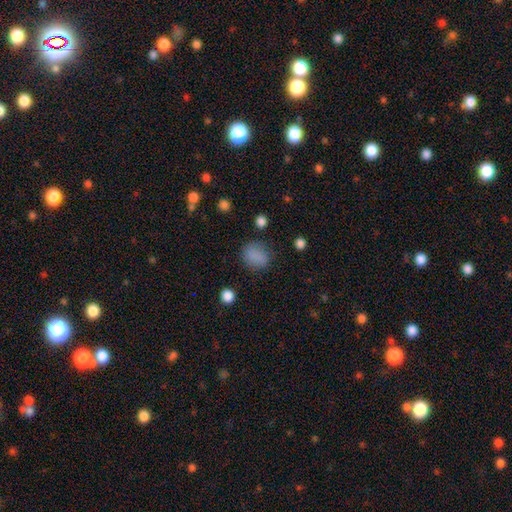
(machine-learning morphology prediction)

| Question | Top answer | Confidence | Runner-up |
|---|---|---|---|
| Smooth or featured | smooth | 81% | star or artifact (13%) |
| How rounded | round | 61% | in between (37%) |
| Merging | none | 74% | minor disturbance (17%) |